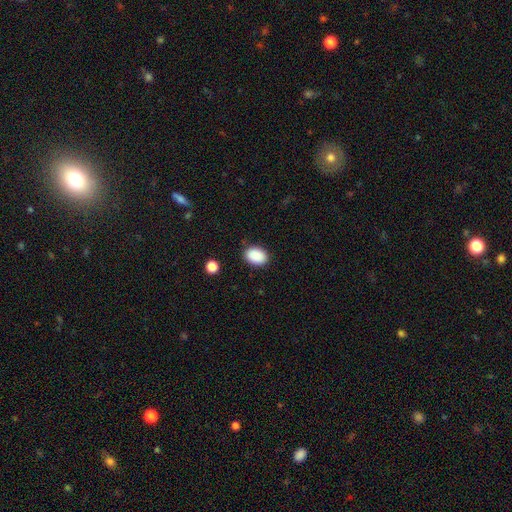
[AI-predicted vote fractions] A smooth galaxy with no disk features (90%) that is in between round and cigar-shaped (81%).

Vote fractions:
- Smooth or featured? smooth: 90% / star or artifact: 7% / featured or disk: 3%
- How rounded? in between: 81% / round: 18% / cigar-shaped: 1%
- Merging? none: 88% / minor disturbance: 9% / major disturbance: 2% / merger: 1%